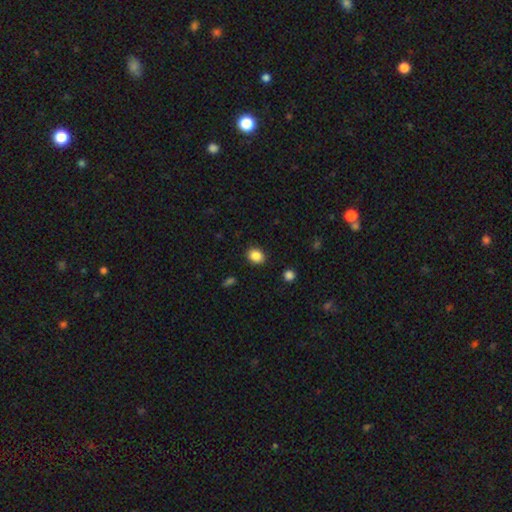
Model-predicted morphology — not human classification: A smooth galaxy with no disk features (86%) that is round (51%).

Vote fractions:
- Smooth or featured? smooth: 86% / star or artifact: 9% / featured or disk: 4%
- How rounded? round: 51% / in between: 49% / cigar-shaped: 1%
- Merging? none: 89% / minor disturbance: 8% / major disturbance: 2% / merger: 1%